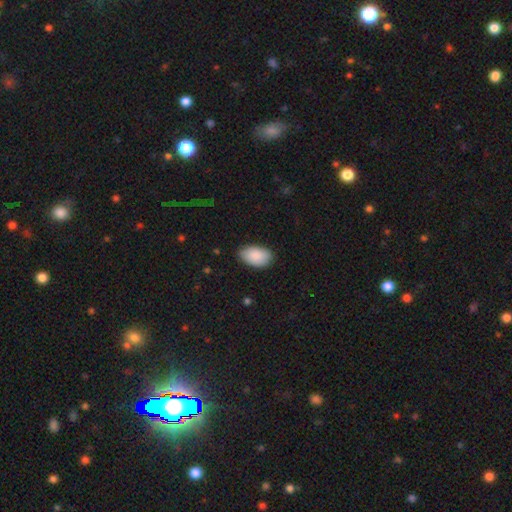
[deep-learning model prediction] Overall: smooth (89%). How rounded: in between (94%). Merging: none (83%).